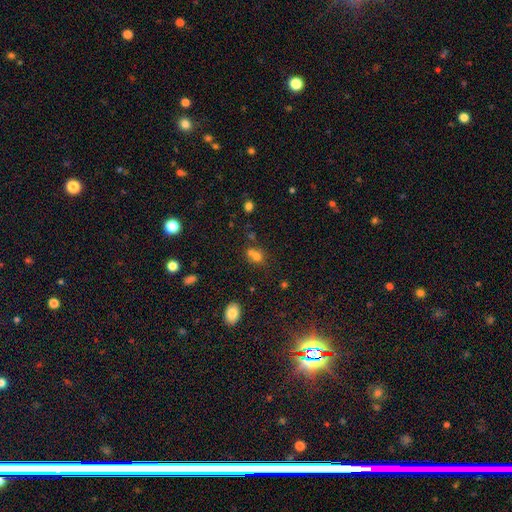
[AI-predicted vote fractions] Overall: smooth (69%). How rounded: round (64%; in between 35%). Merging: merger (49%; none 37%).